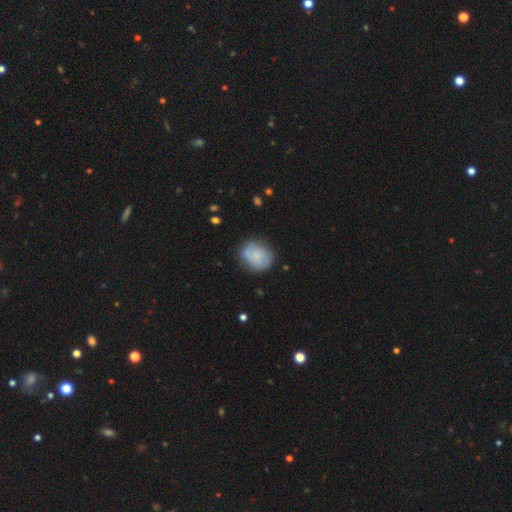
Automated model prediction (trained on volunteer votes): Overall: smooth (66%; featured or disk 26%). How rounded: round (70%). Merging: none (68%).